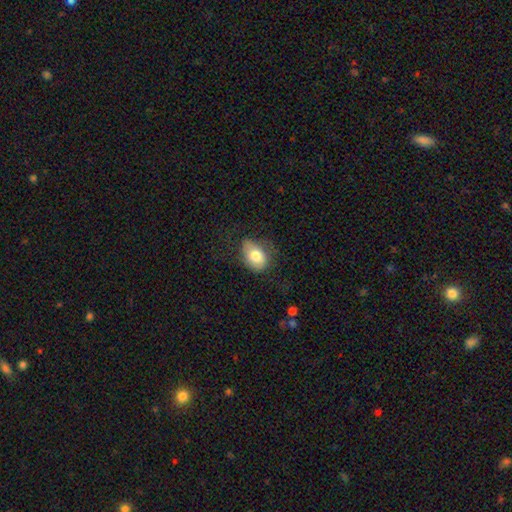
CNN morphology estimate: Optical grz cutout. It shows a smooth galaxy with no disk features (78%) that is in between round and cigar-shaped (82%). Merging: none (62%).